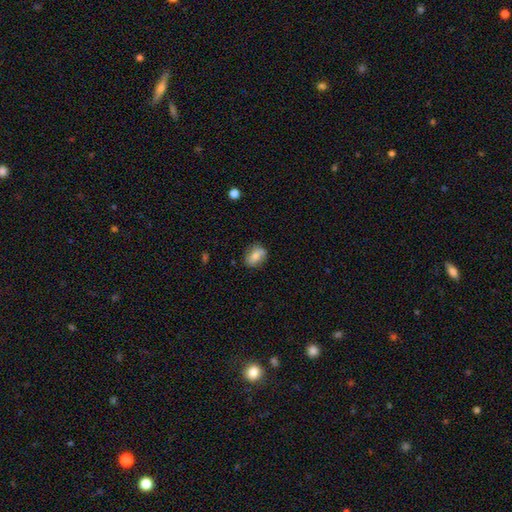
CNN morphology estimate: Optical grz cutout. It shows a smooth galaxy with no disk features (68%) that is in between round and cigar-shaped (75%). Merging: none (76%).